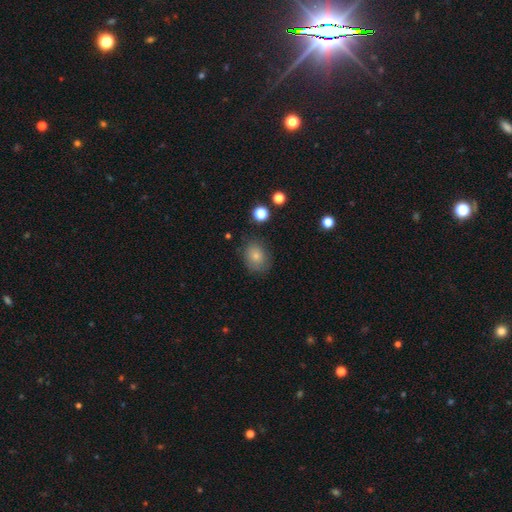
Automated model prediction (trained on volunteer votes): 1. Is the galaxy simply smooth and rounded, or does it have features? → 79% smooth, 11% featured or disk, 10% star or artifact.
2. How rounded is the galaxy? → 51% round, 48% in between, 1% cigar-shaped.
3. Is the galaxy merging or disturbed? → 77% none, 16% minor disturbance, 5% major disturbance, 2% merger.